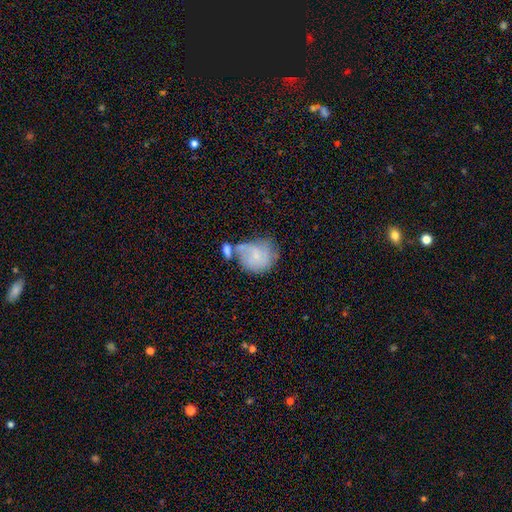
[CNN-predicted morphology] This appears to be a smooth galaxy with no disk features (55%) that is round (60%). Merging: none (30%).